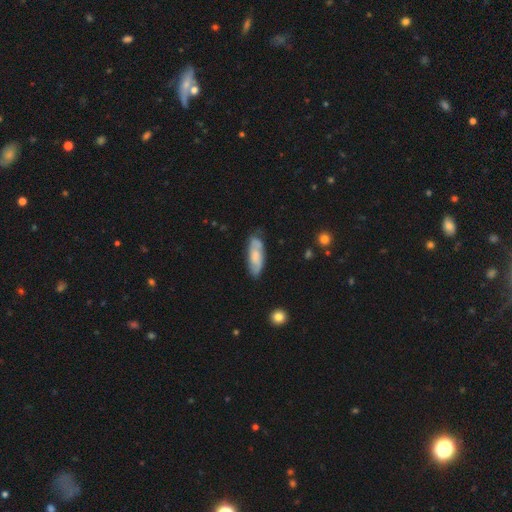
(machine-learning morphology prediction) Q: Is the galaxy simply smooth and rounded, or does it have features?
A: smooth — 48%.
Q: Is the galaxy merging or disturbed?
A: none — 73%.